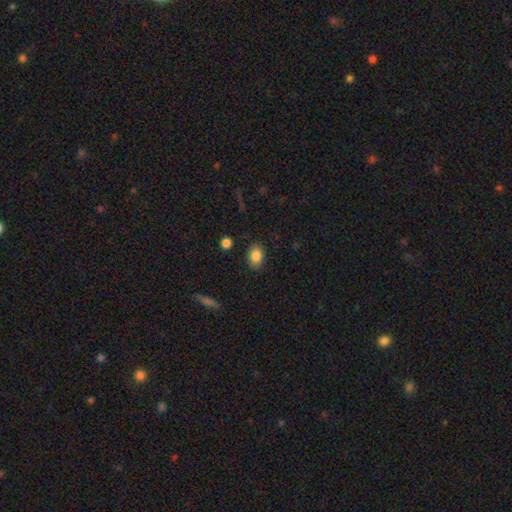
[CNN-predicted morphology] Q: Smooth or featured?
A: smooth (86%); runner-up: star or artifact (9%)
Q: How rounded?
A: in between (77%); runner-up: round (22%)
Q: Merging?
A: none (85%); runner-up: minor disturbance (11%)